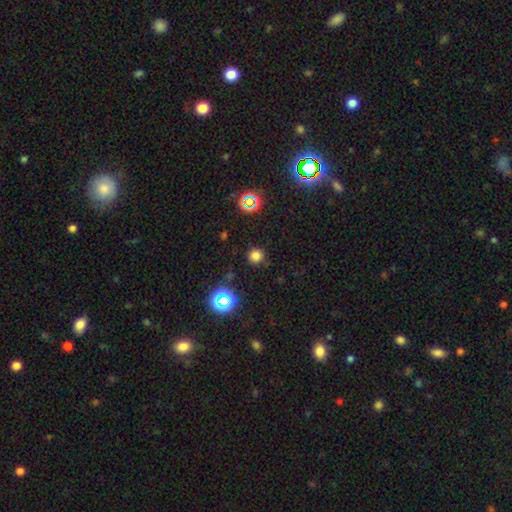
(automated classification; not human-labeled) Q: Smooth or featured?
A: smooth (74%); runner-up: star or artifact (21%)
Q: How rounded?
A: round (95%); runner-up: in between (4%)
Q: Merging?
A: none (87%); runner-up: minor disturbance (8%)